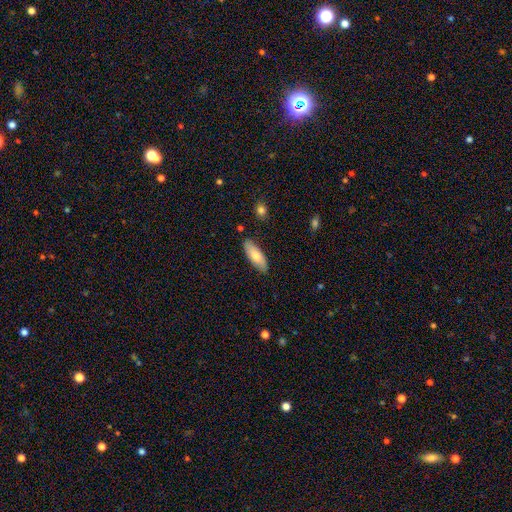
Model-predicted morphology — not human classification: smooth 77%, featured or disk 17%, star or artifact 6%. Down the decision tree: how rounded — in between (72%); merging — none (86%).